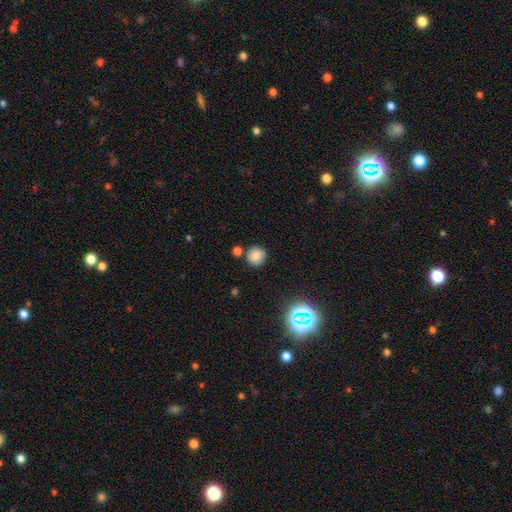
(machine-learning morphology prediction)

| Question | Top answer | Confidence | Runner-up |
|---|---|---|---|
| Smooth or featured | smooth | 79% | star or artifact (13%) |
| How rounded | round | 92% | in between (7%) |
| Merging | none | 79% | minor disturbance (10%) |